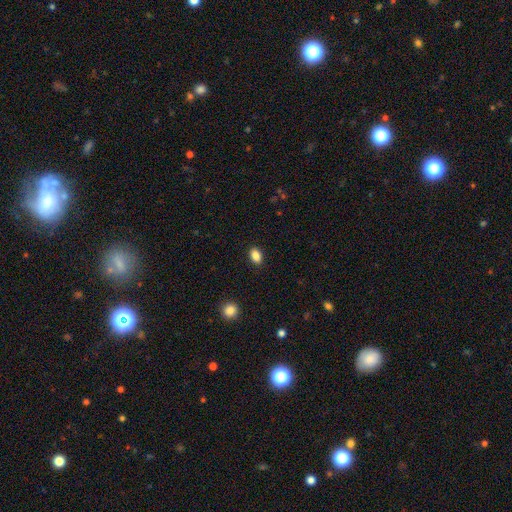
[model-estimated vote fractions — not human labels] smooth-or-featured: smooth: 87% | star or artifact: 9% | featured or disk: 4%
  how-rounded: in between: 83% | round: 15% | cigar-shaped: 2%
  merging: none: 89% | minor disturbance: 8% | major disturbance: 2% | merger: 1%